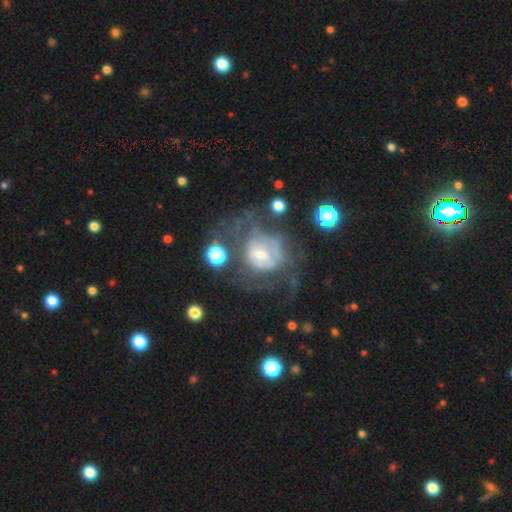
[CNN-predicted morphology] This is likely a featured or disk galaxy (64%). It is clearly not viewed edge-on (96%). Bar: likely no (61%). Spiral arm pattern: possibly yes (52%). Central bulge: possibly small (47%). Merging: marginally major disturbance (38%).